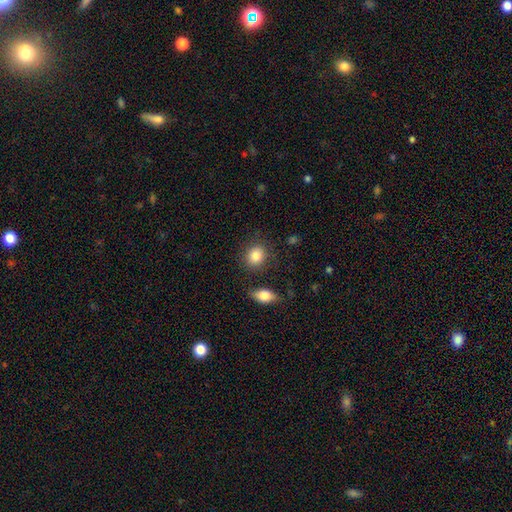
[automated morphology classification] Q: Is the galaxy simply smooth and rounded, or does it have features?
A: smooth — 86%.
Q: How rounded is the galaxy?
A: round — 62%.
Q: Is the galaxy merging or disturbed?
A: none — 80%.